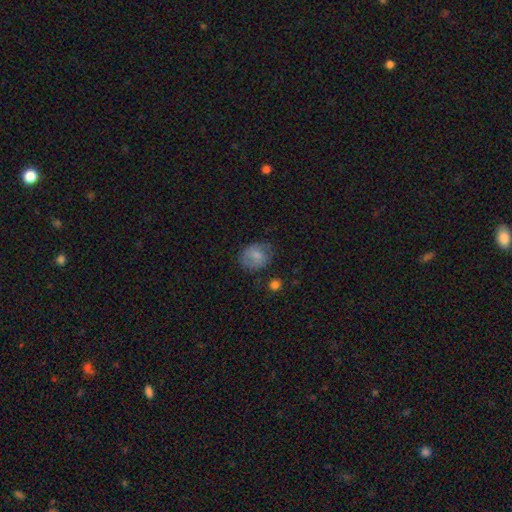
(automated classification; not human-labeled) This is likely a smooth galaxy (68%). How rounded: possibly round (53%). Merging: possibly none (60%).